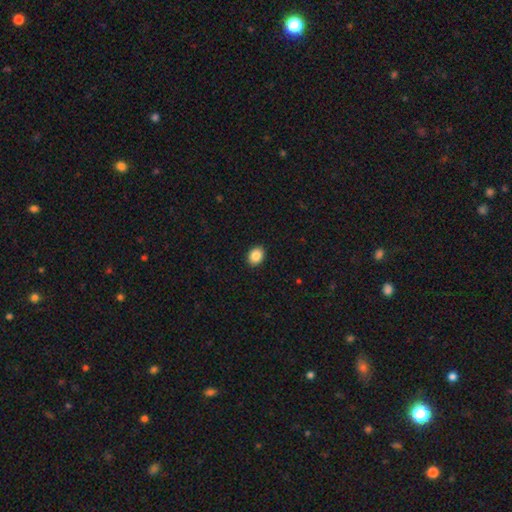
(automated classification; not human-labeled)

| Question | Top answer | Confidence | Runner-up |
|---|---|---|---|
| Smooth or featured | smooth | 87% | star or artifact (9%) |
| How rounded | in between | 56% | round (43%) |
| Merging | none | 91% | minor disturbance (6%) |